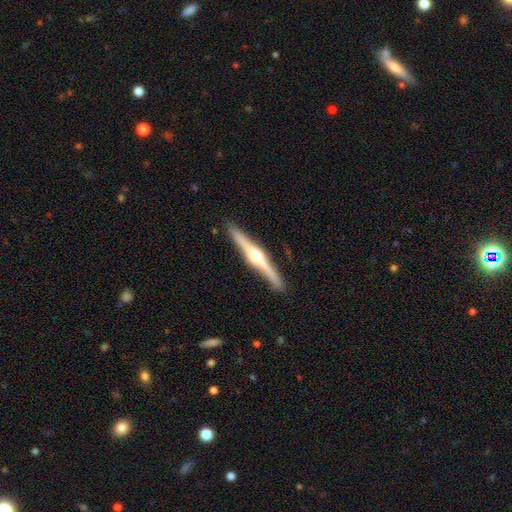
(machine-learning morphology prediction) Overall: featured or disk (81%). Edge-on disk: yes (98%). Edge-on bulge: rounded (90%). Merging: none (91%).